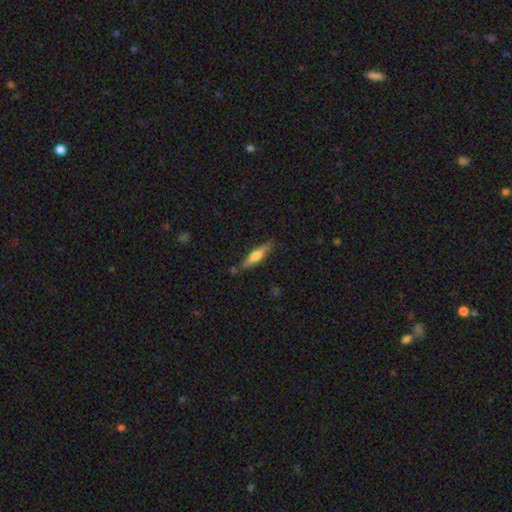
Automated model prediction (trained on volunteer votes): This is possibly a smooth galaxy (49%). Merging: clearly none (80%).